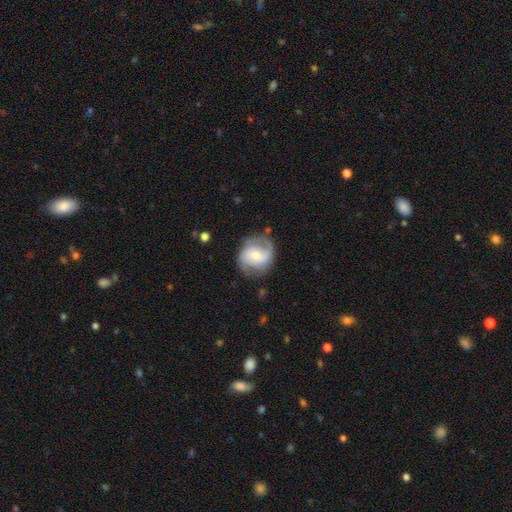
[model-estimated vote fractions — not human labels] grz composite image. It shows a featured or disk galaxy (71%) with no bar (45%), 2 (81%) medium (46%) spiral arms (90%) and a small central bulge (46%, tied with moderate). Merging: none (73%).